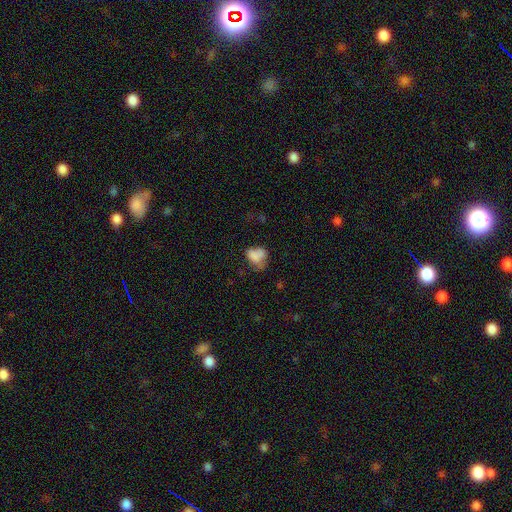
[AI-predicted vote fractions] Smooth or featured?
  - smooth: 72% *
  - featured or disk: 17%
  - star or artifact: 11%
How rounded?
  - in between: 66% *
  - round: 33%
  - cigar-shaped: 1%
Merging?
  - none: 33% *
  - minor disturbance: 30%
  - major disturbance: 23%
  - merger: 14%